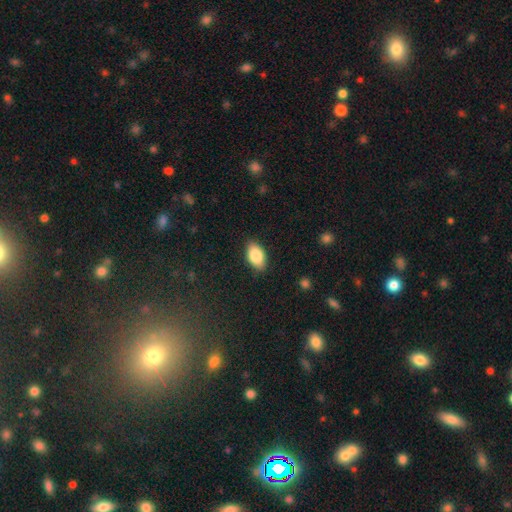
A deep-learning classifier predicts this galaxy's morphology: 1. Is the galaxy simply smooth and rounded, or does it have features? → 86% smooth, 7% featured or disk, 7% star or artifact.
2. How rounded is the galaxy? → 93% in between, 5% round, 2% cigar-shaped.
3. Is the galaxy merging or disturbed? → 85% none, 11% minor disturbance, 2% major disturbance, 1% merger.